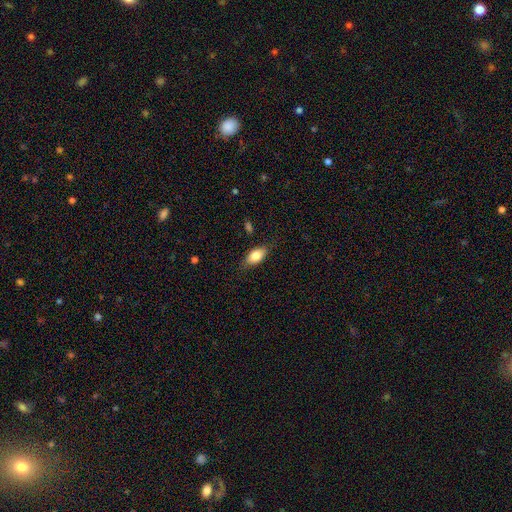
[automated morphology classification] This appears to be a smooth galaxy with no disk features (80%) that is in between round and cigar-shaped (88%). Merging: none (79%).